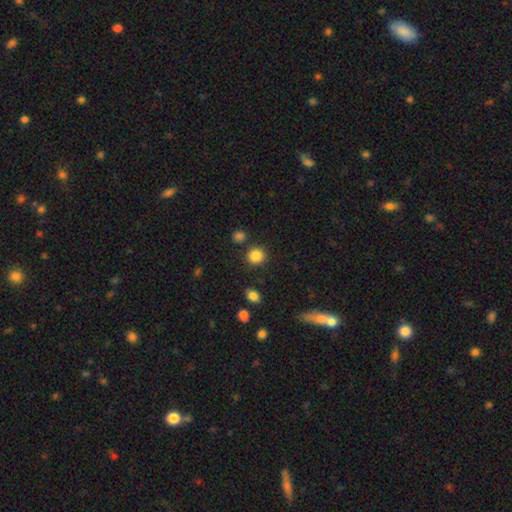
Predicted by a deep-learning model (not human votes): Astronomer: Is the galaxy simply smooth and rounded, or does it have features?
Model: smooth — 86%.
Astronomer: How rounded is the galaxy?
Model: round — 88%.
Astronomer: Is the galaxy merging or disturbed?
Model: none — 85%.